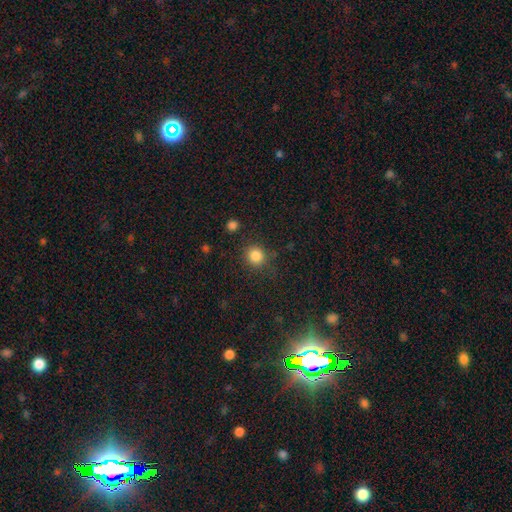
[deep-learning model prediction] Smooth or featured: smooth — 84% (star or artifact — 11%)
How rounded: round — 90% (in between — 9%)
Merging: none — 82% (minor disturbance — 11%)